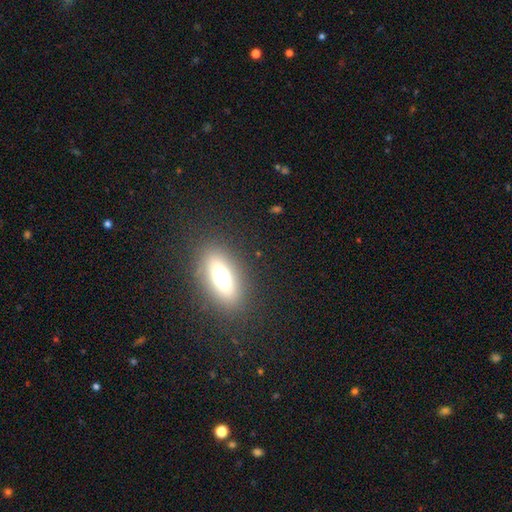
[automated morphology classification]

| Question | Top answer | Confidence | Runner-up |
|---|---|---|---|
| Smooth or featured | smooth | 61% | featured or disk (26%) |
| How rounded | in between | 66% | cigar-shaped (30%) |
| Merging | none | 87% | minor disturbance (8%) |